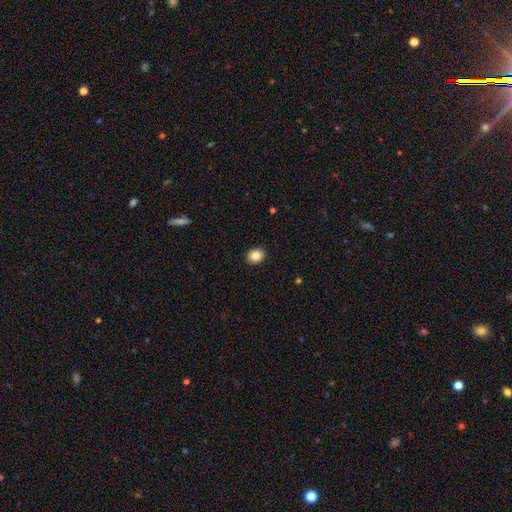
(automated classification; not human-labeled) smooth-or-featured: smooth: 85% | star or artifact: 9% | featured or disk: 6%
  how-rounded: round: 57% | in between: 42% | cigar-shaped: 1%
  merging: none: 91% | minor disturbance: 6% | major disturbance: 2% | merger: 1%